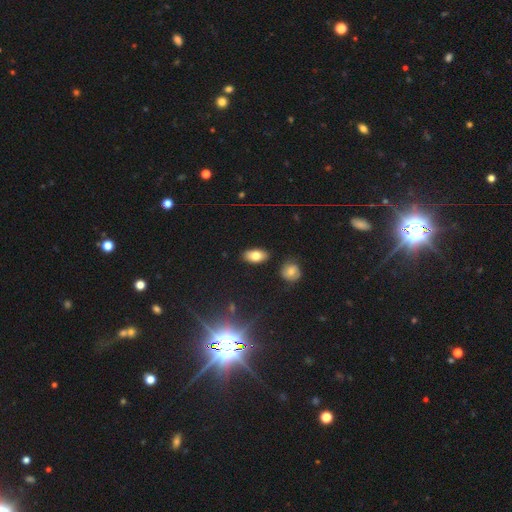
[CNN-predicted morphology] Smooth or featured? Predicted: smooth (p=0.77). How rounded? Predicted: in between (p=0.91). Merging? Predicted: none (p=0.87).